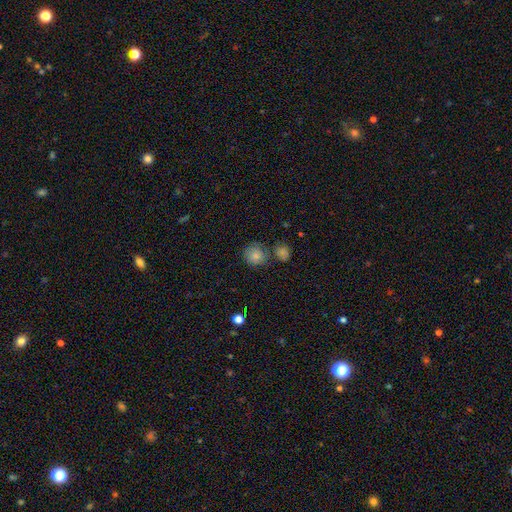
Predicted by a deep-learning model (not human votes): smooth_or_featured: smooth (p=0.80) [alt: star or artifact p=0.10]
how_rounded: round (p=0.86) [alt: in between p=0.13]
merging: none (p=0.64) [alt: merger p=0.16]